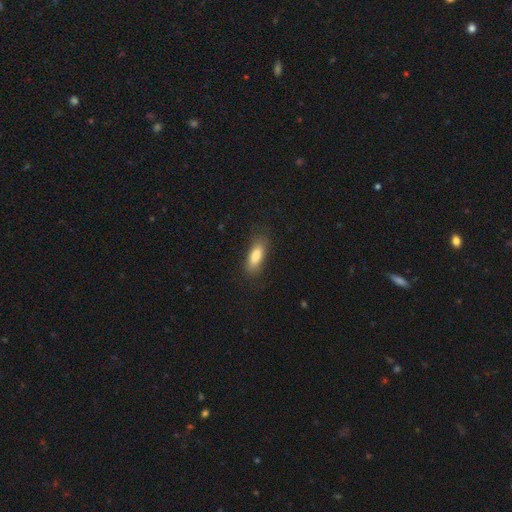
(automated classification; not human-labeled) Smooth or featured? smooth (82%)
How rounded? in between (69%)
Merging? none (79%)